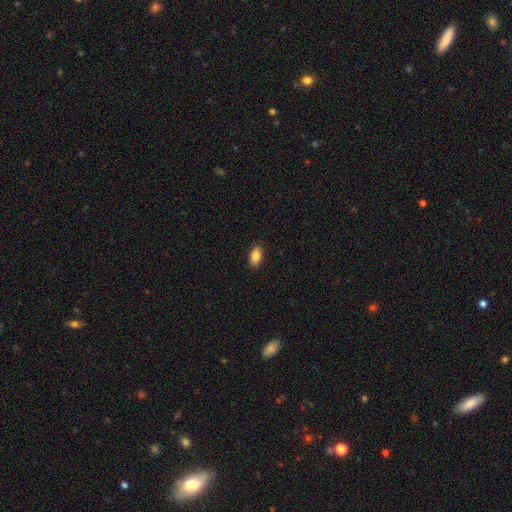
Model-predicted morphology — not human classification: smooth_or_featured: smooth (p=0.86) [alt: star or artifact p=0.08]
how_rounded: in between (p=0.91) [alt: round p=0.05]
merging: none (p=0.89) [alt: minor disturbance p=0.09]